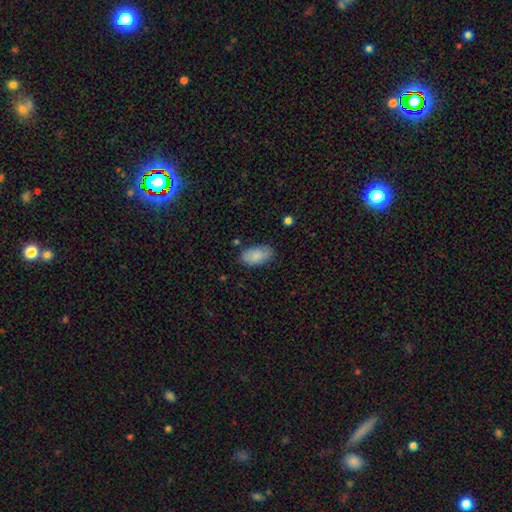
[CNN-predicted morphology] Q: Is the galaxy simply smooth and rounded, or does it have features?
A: smooth — 86%.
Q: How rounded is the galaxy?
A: in between — 94%.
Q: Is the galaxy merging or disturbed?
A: none — 77%.